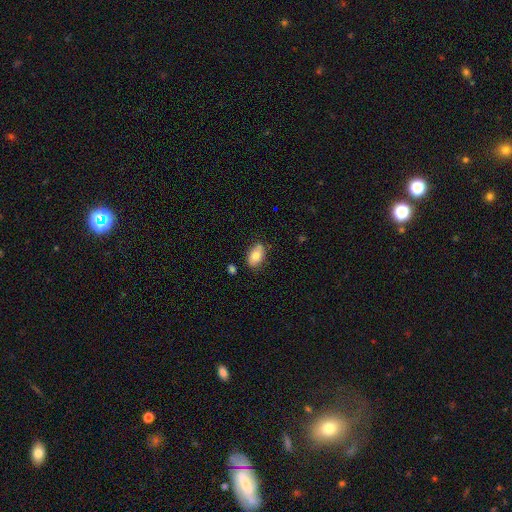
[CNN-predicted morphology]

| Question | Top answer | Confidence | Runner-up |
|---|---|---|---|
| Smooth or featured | smooth | 77% | featured or disk (15%) |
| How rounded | in between | 91% | round (7%) |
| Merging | none | 74% | minor disturbance (18%) |